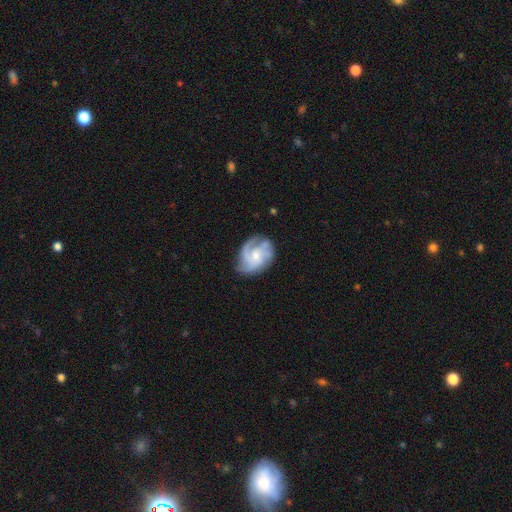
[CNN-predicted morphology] Smooth or featured?
  - featured or disk: 80% *
  - smooth: 15%
  - star or artifact: 5%
Edge-on disk?
  - no: 98% *
  - yes: 2%
Bar?
  - no: 63% *
  - weak: 32%
  - strong: 5%
Spiral arms?
  - yes: 94% *
  - no: 6%
Spiral winding?
  - medium: 45% *
  - tight: 37%
  - loose: 17%
Spiral arm count?
  - 3: 40% *
  - can't tell: 19%
  - 2: 18%
  - 4: 12%
  - 1: 6%
  - more than 4: 4%
Bulge size?
  - small: 48% *
  - moderate: 43%
  - none: 4%
  - large: 3%
  - dominant: 1%
Merging?
  - none: 64% *
  - minor disturbance: 22%
  - major disturbance: 12%
  - merger: 2%